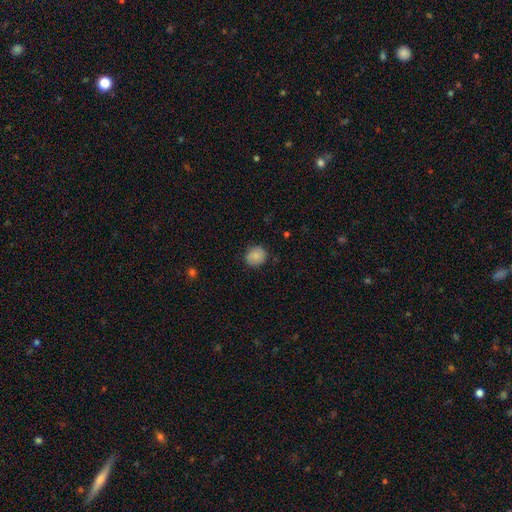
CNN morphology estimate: Smooth or featured? smooth (83%)
How rounded? round (79%)
Merging? none (84%)